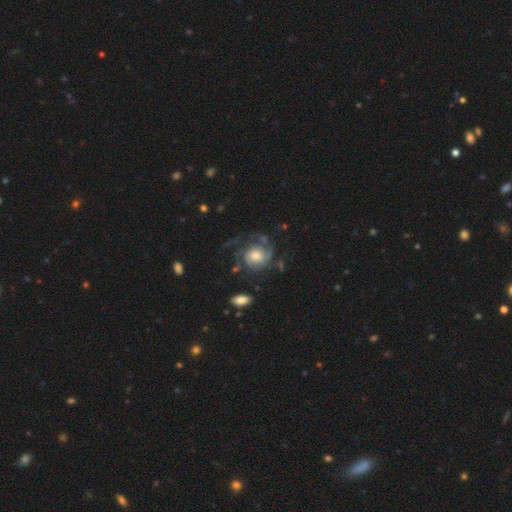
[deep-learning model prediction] Morphology: type=featured or disk (81%); edge-on=no (98%); bar=no (74%); spiral arms=yes (94%); winding=tight (50%); arm count=2 (43%); bulge=moderate (51%); merging=none (59%).